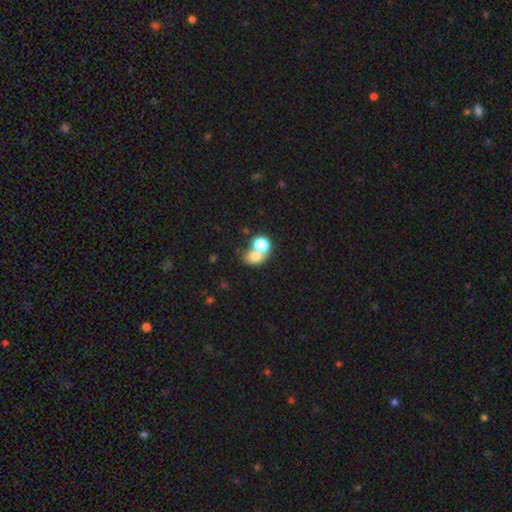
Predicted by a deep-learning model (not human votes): The model was most divided on "how rounded": round: 56%, in between: 43%, cigar-shaped: 1%. More confident: smooth or featured — smooth (72%); merging — merger (56%).